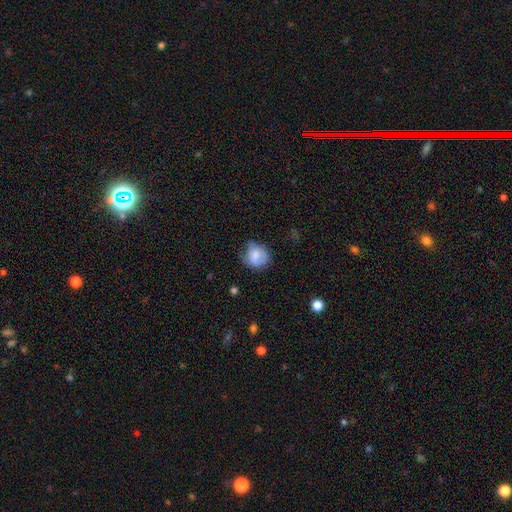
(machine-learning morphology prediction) A smooth galaxy with no disk features (72%) that is round (75%). Merging: none (54%).